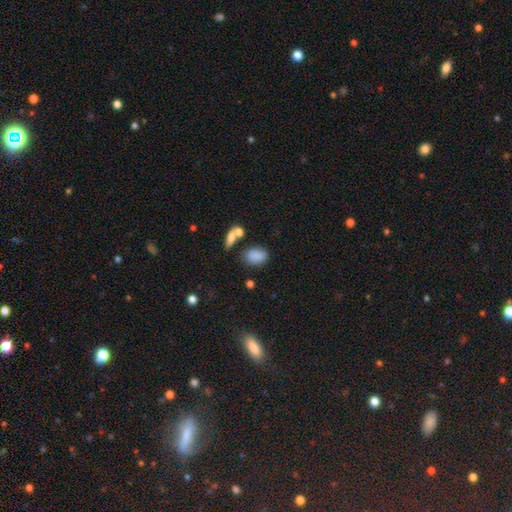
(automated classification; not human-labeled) smooth_or_featured: smooth (p=0.84) [alt: star or artifact p=0.09]
how_rounded: in between (p=0.83) [alt: round p=0.15]
merging: none (p=0.67) [alt: minor disturbance p=0.16]